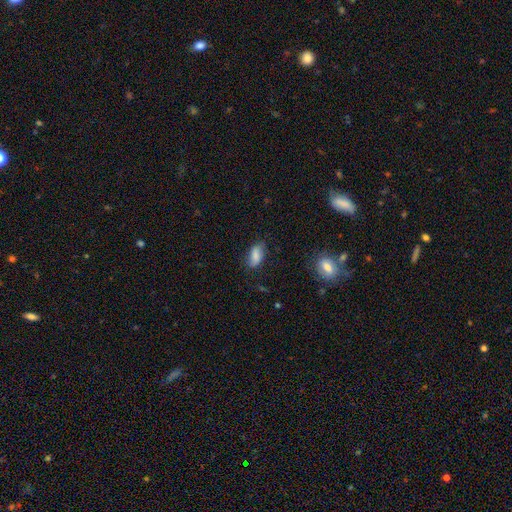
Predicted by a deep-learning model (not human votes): The model was most divided on "merging": none: 67%, minor disturbance: 25%, major disturbance: 6%, merger: 2%. More confident: how rounded — in between (91%); smooth or featured — smooth (77%).